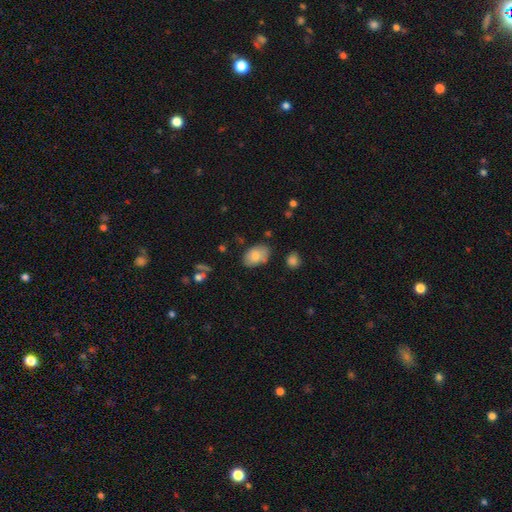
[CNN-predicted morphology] Overall: smooth (80%). How rounded: in between (88%). Merging: none (75%).